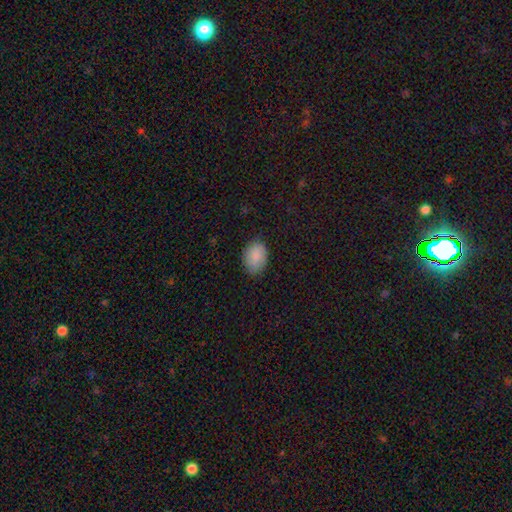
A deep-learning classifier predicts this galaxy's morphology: This appears to be a smooth galaxy with no disk features (86%) that is in between round and cigar-shaped (77%). Merging: none (74%).